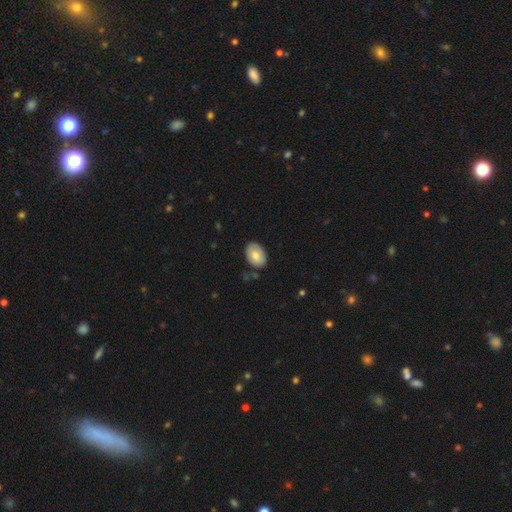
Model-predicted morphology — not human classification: This is likely a smooth galaxy (74%). How rounded: clearly in between (83%). Merging: likely none (78%).